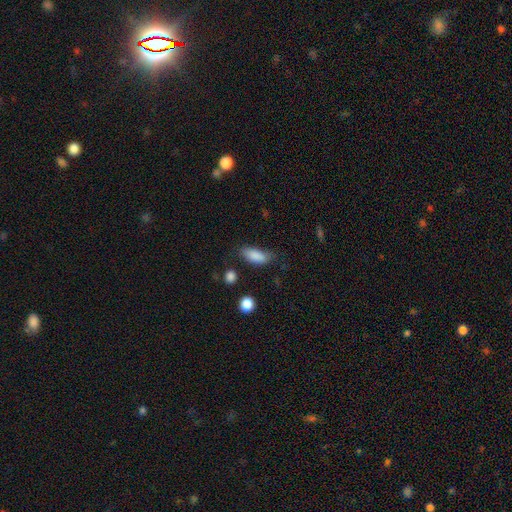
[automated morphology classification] The model was most divided on "merging": none: 67%, minor disturbance: 23%, major disturbance: 7%, merger: 3%. More confident: smooth or featured — smooth (87%); how rounded — in between (82%).